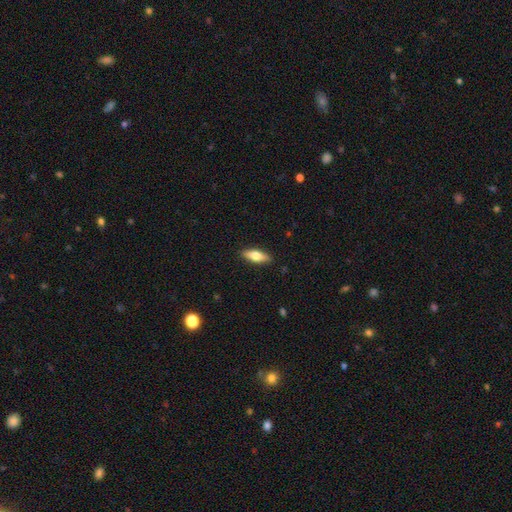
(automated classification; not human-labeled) A smooth galaxy with no disk features (61%) that is in between round and cigar-shaped (61%).

Vote fractions:
- Smooth or featured? smooth: 61% / featured or disk: 33% / star or artifact: 6%
- How rounded? in between: 61% / cigar-shaped: 37% / round: 3%
- Merging? none: 89% / minor disturbance: 8% / major disturbance: 2% / merger: 1%